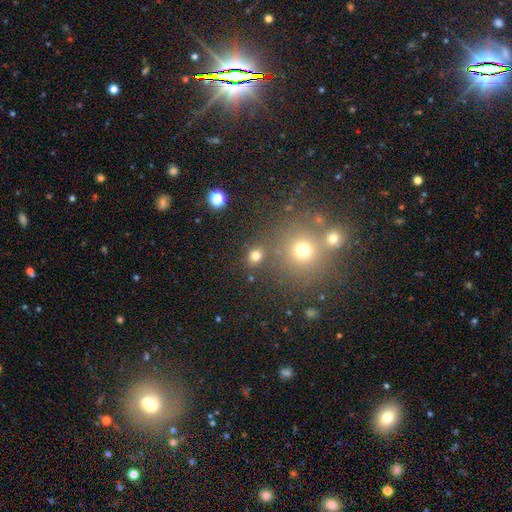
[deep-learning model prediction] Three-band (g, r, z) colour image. It shows a smooth galaxy with no disk features (75%) that is round (72%). Merging: none (78%).